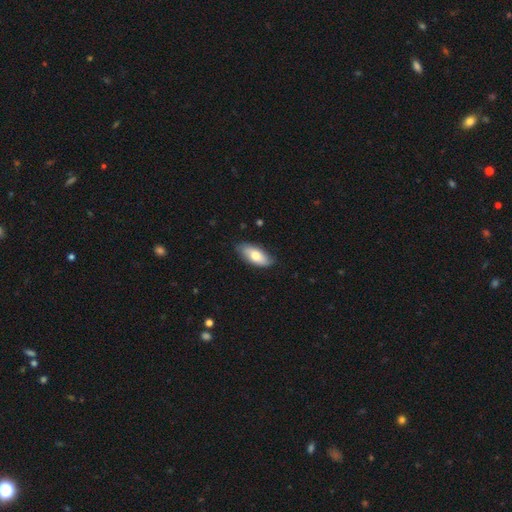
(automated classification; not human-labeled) Q: Smooth or featured?
A: smooth (72%); runner-up: featured or disk (22%)
Q: How rounded?
A: in between (88%); runner-up: cigar-shaped (10%)
Q: Merging?
A: none (80%); runner-up: minor disturbance (16%)